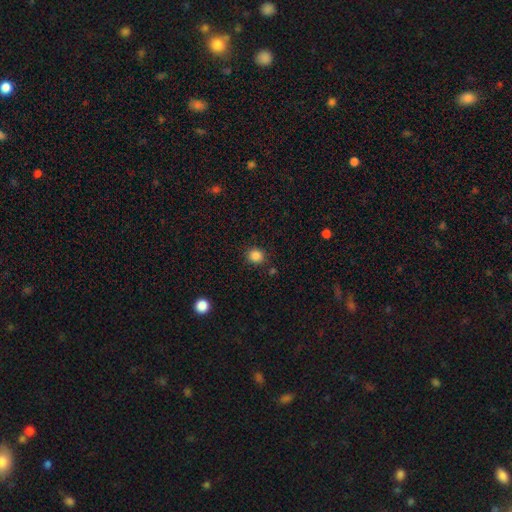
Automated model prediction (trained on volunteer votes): Smooth or featured?
  - smooth: 85% *
  - star or artifact: 12%
  - featured or disk: 3%
How rounded?
  - round: 89% *
  - in between: 10%
  - cigar-shaped: 1%
Merging?
  - none: 87% *
  - minor disturbance: 8%
  - merger: 3%
  - major disturbance: 3%